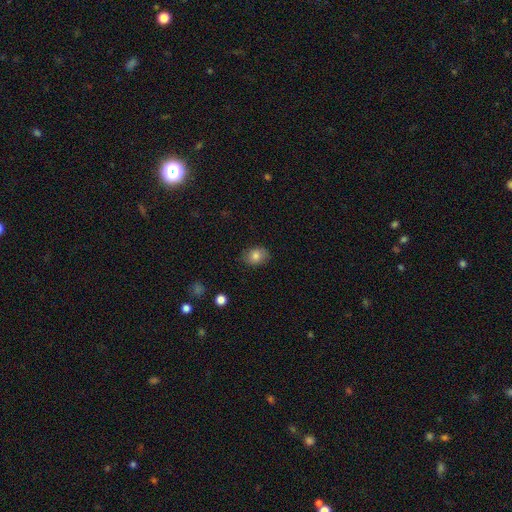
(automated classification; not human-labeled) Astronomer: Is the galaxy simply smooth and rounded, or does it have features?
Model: smooth — 82%.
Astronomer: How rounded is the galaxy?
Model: in between — 65%.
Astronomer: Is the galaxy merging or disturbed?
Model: none — 84%.